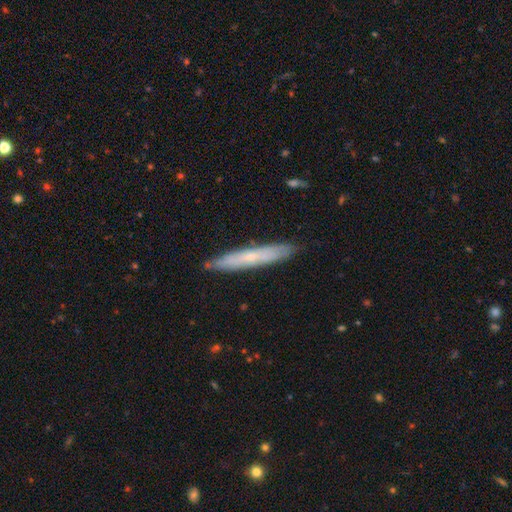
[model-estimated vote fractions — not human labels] The model was most divided on "smooth or featured": featured or disk: 47%, smooth: 46%, star or artifact: 7%. More confident: merging — none (88%).